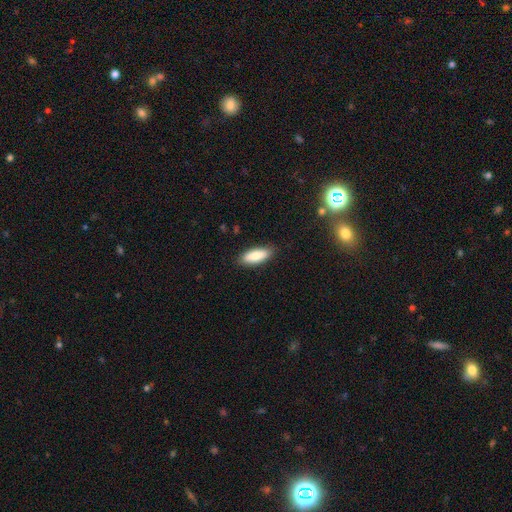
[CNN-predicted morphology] Smooth or featured? smooth (83%)
How rounded? in between (75%)
Merging? none (87%)